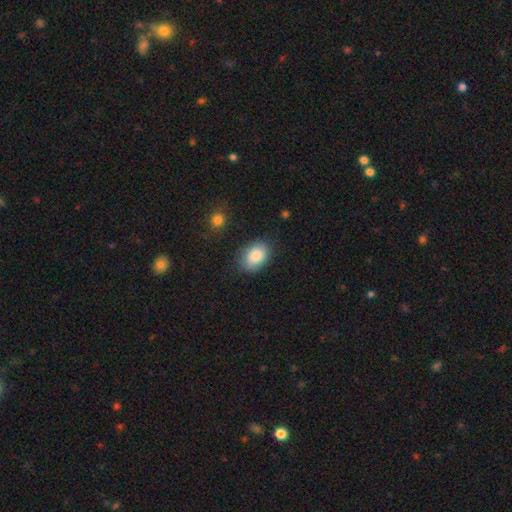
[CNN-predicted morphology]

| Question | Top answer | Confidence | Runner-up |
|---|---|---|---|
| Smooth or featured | smooth | 86% | star or artifact (7%) |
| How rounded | in between | 79% | round (20%) |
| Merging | none | 78% | minor disturbance (16%) |